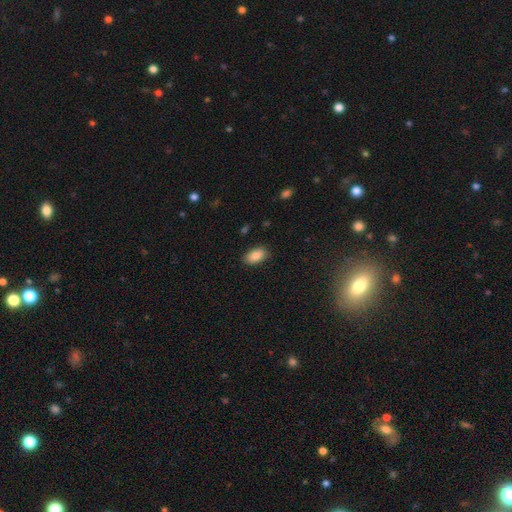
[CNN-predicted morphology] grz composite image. It shows a smooth galaxy with no disk features (87%) that is in between round and cigar-shaped (93%). Merging: none (86%).